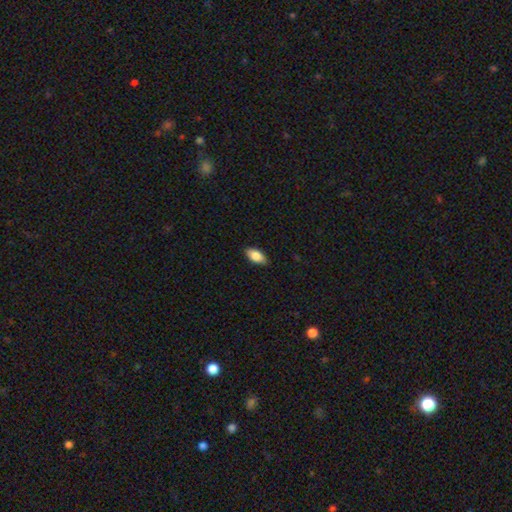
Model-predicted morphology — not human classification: A smooth galaxy with no disk features (82%) that is in between round and cigar-shaped (91%). Merging: none (88%).